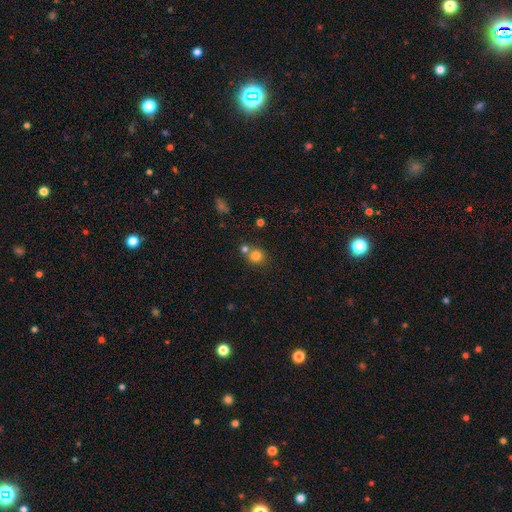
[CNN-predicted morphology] Smooth or featured: smooth — 80% (star or artifact — 13%)
How rounded: round — 88% (in between — 11%)
Merging: none — 61% (merger — 28%)